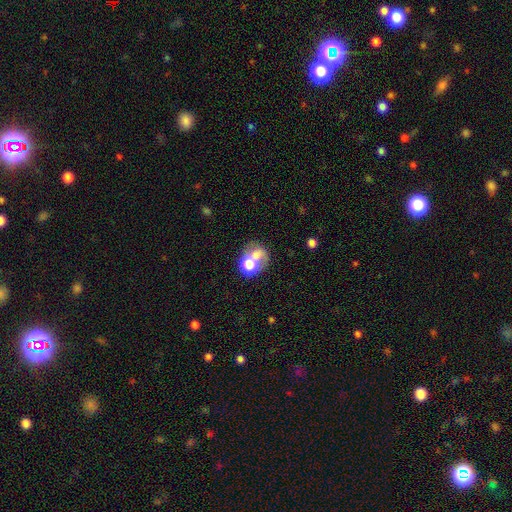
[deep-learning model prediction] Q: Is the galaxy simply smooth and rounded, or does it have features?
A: smooth — 56%.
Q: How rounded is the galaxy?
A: round — 54%.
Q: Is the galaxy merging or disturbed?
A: merger — 54%.